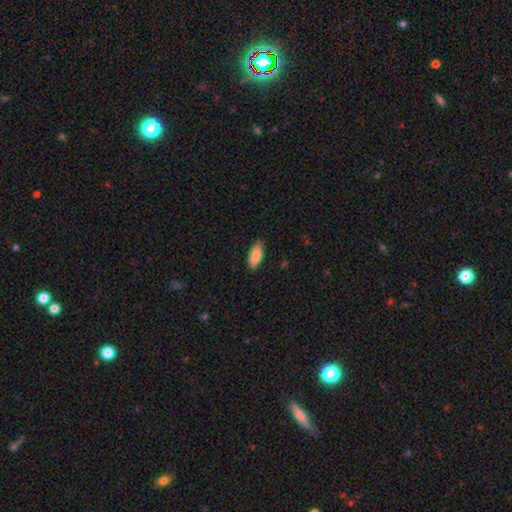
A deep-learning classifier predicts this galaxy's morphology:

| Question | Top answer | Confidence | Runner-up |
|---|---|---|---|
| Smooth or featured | smooth | 87% | featured or disk (7%) |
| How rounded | in between | 86% | cigar-shaped (12%) |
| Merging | none | 83% | minor disturbance (14%) |